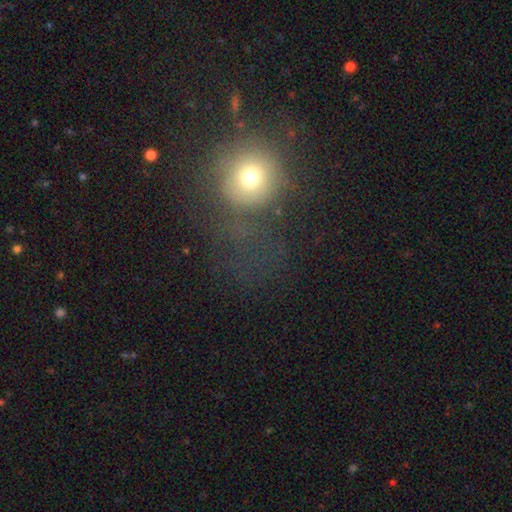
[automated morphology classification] Smooth or featured? Predicted: smooth (p=0.58). How rounded? Predicted: round (p=0.85). Merging? Predicted: none (p=0.50).